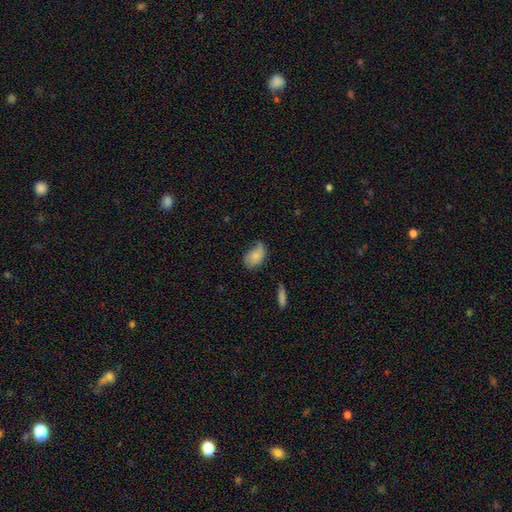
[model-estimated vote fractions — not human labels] Smooth or featured: smooth — 70% (featured or disk — 22%)
How rounded: in between — 88% (round — 11%)
Merging: none — 43% (minor disturbance — 39%)